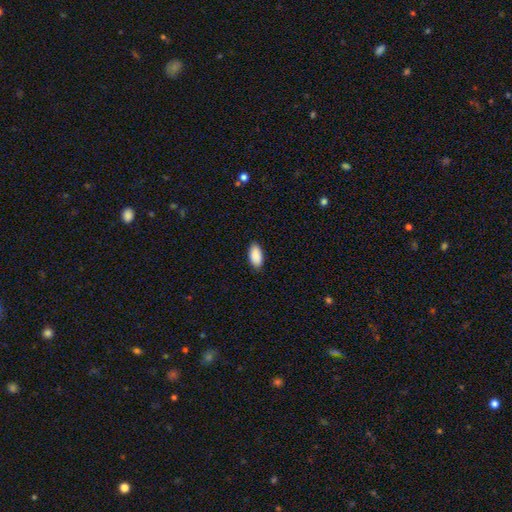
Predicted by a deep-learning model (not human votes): This appears to be a smooth galaxy with no disk features (90%) that is in between round and cigar-shaped (93%). Merging: none (87%).